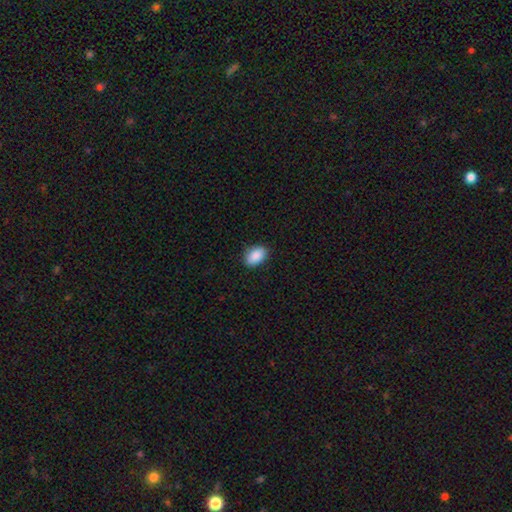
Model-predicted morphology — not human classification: The model was most divided on "merging": none: 88%, minor disturbance: 9%, major disturbance: 2%, merger: 1%. More confident: how rounded — in between (90%); smooth or featured — smooth (90%).